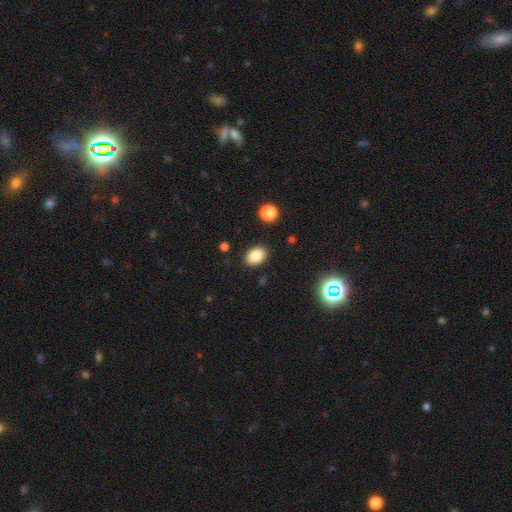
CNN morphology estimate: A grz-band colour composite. It shows a smooth galaxy with no disk features (85%) that is in between round and cigar-shaped (80%). Merging: none (87%).